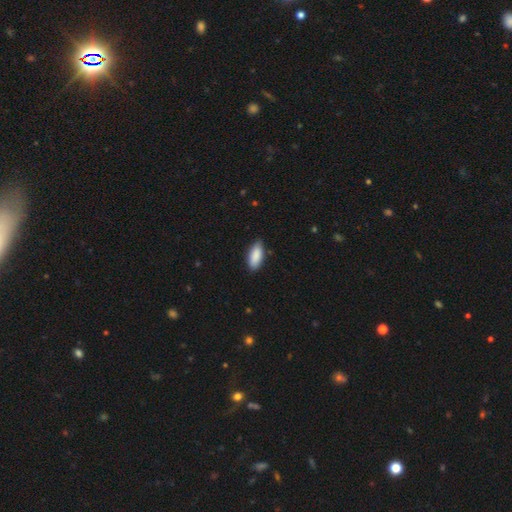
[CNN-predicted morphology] smooth-or-featured: smooth: 89% | star or artifact: 6% | featured or disk: 5%
  how-rounded: in between: 85% | cigar-shaped: 13% | round: 2%
  merging: none: 85% | minor disturbance: 12% | major disturbance: 2% | merger: 1%